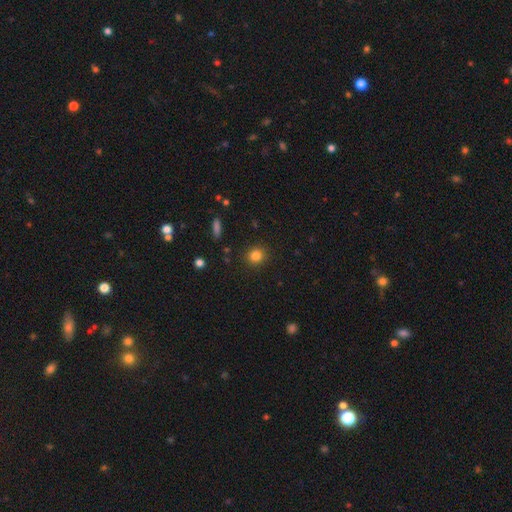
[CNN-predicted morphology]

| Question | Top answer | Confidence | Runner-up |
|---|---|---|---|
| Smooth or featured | smooth | 83% | star or artifact (12%) |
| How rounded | round | 85% | in between (14%) |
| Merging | none | 90% | minor disturbance (7%) |